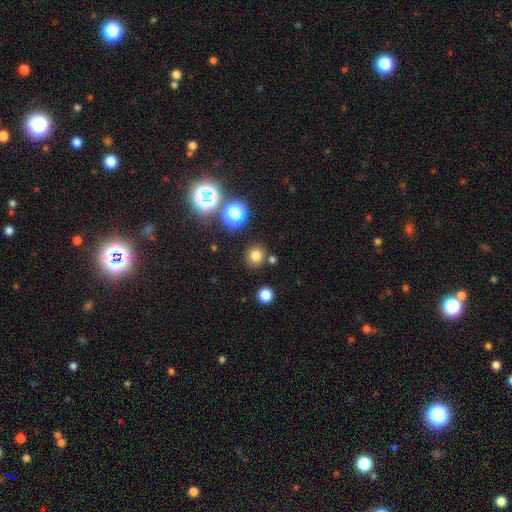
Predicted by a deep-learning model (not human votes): Smooth or featured? smooth (76%)
How rounded? round (87%)
Merging? none (83%)